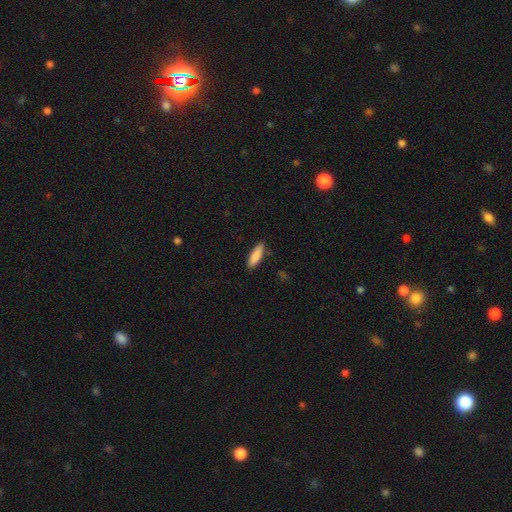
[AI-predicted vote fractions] Smooth or featured?
  - smooth: 88% *
  - featured or disk: 6%
  - star or artifact: 6%
How rounded?
  - in between: 49% * (tied)
  - cigar-shaped: 49% * (tied)
  - round: 2%
Merging?
  - none: 86% *
  - minor disturbance: 11%
  - major disturbance: 2%
  - merger: 1%